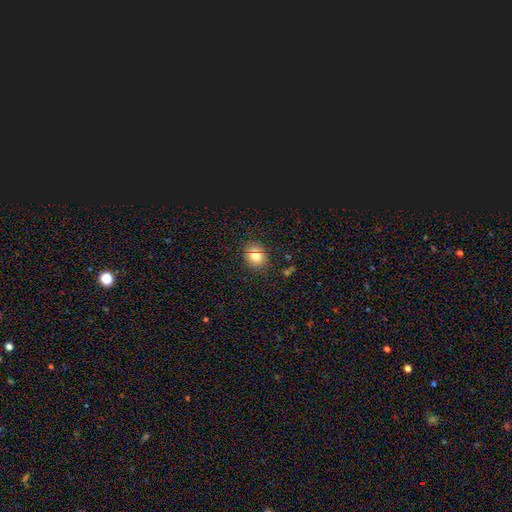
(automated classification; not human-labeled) This is likely a smooth galaxy (73%). How rounded: likely round (79%). Merging: clearly none (86%).